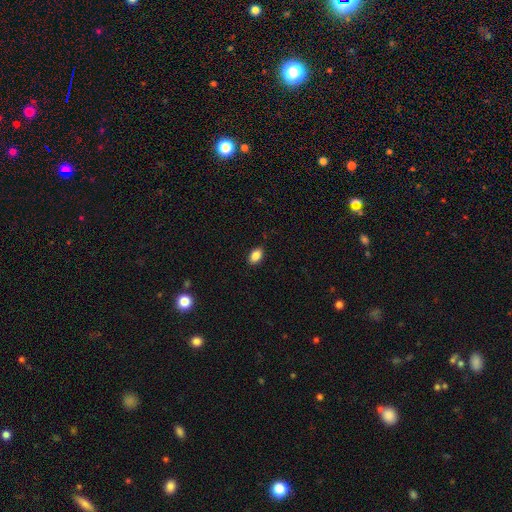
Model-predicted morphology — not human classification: A smooth galaxy with no disk features (84%) that is in between round and cigar-shaped (85%).

Vote fractions:
- Smooth or featured? smooth: 84% / star or artifact: 9% / featured or disk: 7%
- How rounded? in between: 85% / round: 13% / cigar-shaped: 2%
- Merging? none: 88% / minor disturbance: 9% / major disturbance: 2% / merger: 1%